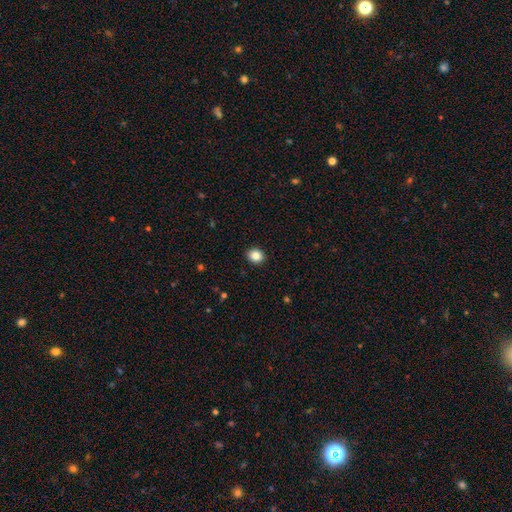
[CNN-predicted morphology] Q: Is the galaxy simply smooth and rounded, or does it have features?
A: smooth — 85%.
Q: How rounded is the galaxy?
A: round — 72%.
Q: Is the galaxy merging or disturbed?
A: none — 92%.